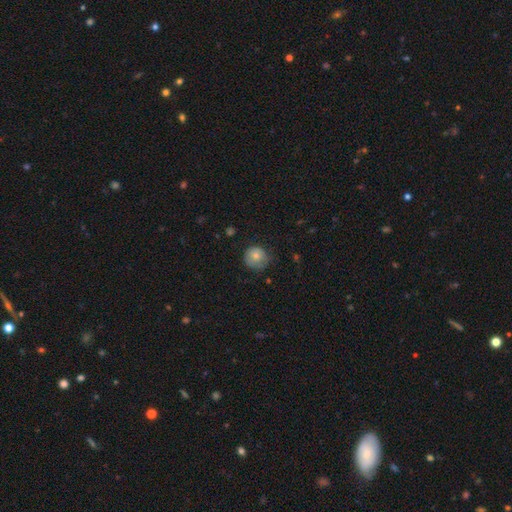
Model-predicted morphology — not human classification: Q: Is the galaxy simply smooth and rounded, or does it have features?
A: smooth — 74%.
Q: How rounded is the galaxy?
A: round — 89%.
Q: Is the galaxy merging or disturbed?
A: none — 61%.